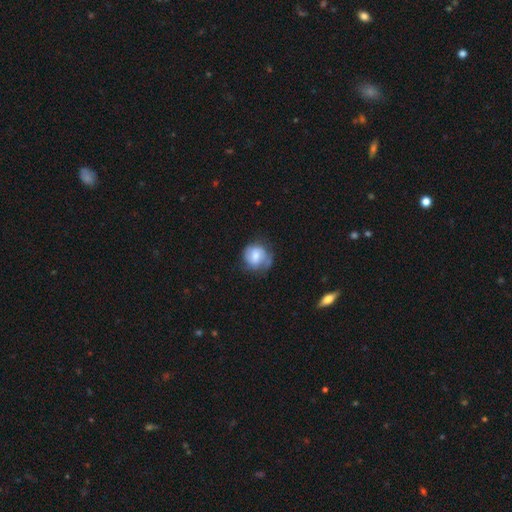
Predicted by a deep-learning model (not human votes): A smooth galaxy with no disk features (52%) that is round (76%). Merging: none (56%).